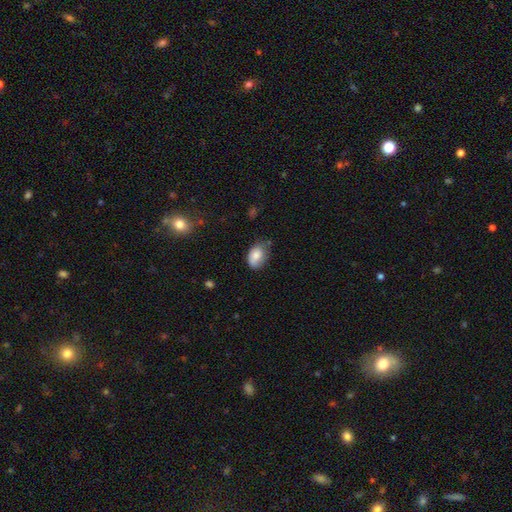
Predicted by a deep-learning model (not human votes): Overall: smooth (82%). How rounded: in between (88%). Merging: none (56%; minor disturbance 34%).